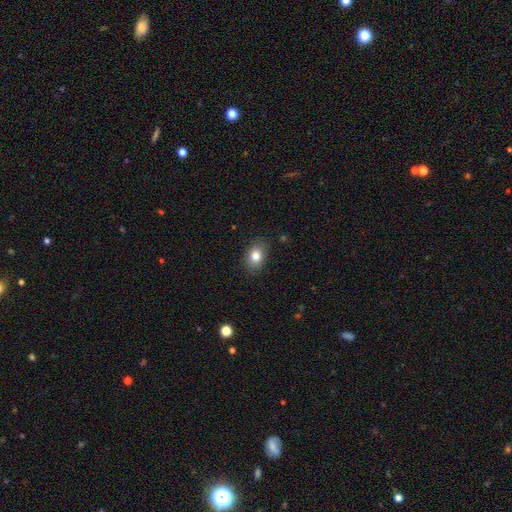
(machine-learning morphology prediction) smooth-or-featured: smooth: 81% | featured or disk: 10% | star or artifact: 9%
  how-rounded: in between: 75% | round: 24% | cigar-shaped: 1%
  merging: none: 85% | minor disturbance: 11% | major disturbance: 3% | merger: 1%